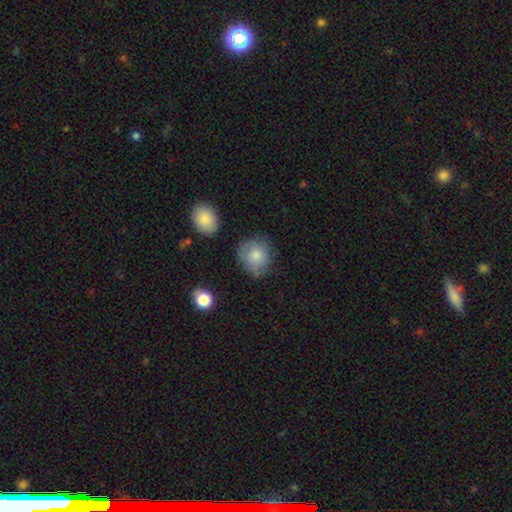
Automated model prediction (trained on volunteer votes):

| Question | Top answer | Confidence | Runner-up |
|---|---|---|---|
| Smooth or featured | smooth | 82% | featured or disk (11%) |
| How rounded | round | 77% | in between (22%) |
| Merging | none | 68% | minor disturbance (23%) |